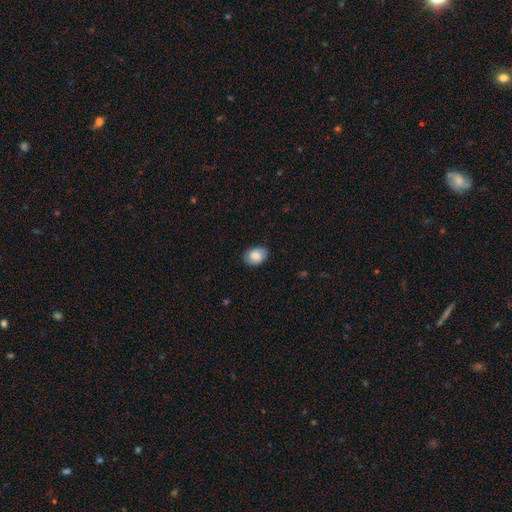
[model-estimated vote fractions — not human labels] Smooth or featured?
  - smooth: 83% *
  - featured or disk: 10%
  - star or artifact: 7%
How rounded?
  - in between: 70% *
  - round: 29%
  - cigar-shaped: 1%
Merging?
  - none: 82% *
  - minor disturbance: 14%
  - major disturbance: 3%
  - merger: 1%